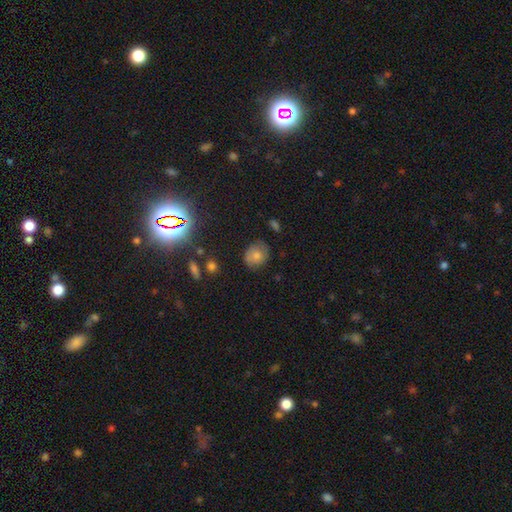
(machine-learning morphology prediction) smooth_or_featured: smooth (p=0.71) [alt: featured or disk p=0.17]
how_rounded: round (p=0.61) [alt: in between p=0.38]
merging: none (p=0.73) [alt: minor disturbance p=0.20]